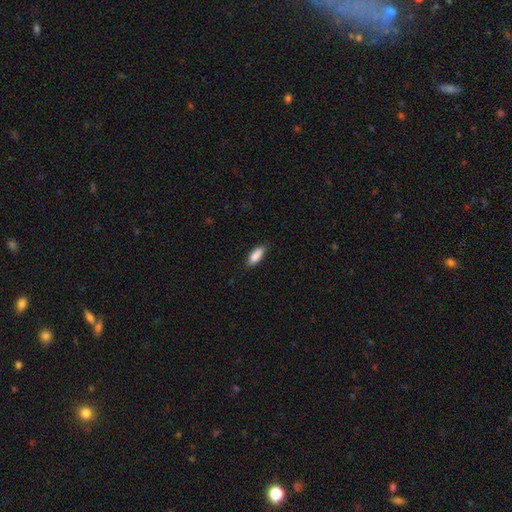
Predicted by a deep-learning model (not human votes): smooth-or-featured: smooth: 89% | star or artifact: 6% | featured or disk: 5%
  how-rounded: in between: 75% | cigar-shaped: 23% | round: 2%
  merging: none: 84% | minor disturbance: 13% | major disturbance: 2% | merger: 1%